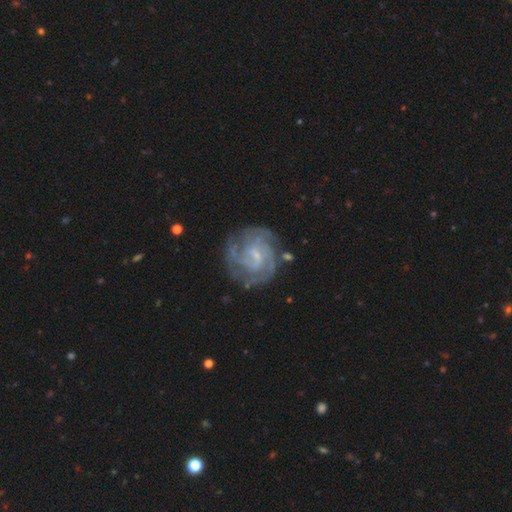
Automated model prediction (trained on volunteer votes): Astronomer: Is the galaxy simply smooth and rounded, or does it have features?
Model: featured or disk — 86%.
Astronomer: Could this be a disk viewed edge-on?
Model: no — 98%.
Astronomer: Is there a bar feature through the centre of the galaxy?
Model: weak — 54% (runner-up: no, 33%).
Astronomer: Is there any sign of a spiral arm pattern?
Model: yes — 95%.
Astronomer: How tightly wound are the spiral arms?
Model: tight — 61%.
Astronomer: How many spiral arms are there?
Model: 3 — 26%, tied with can't tell at 26%.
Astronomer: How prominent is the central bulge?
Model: small — 68%.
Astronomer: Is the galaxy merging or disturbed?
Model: none — 75%.